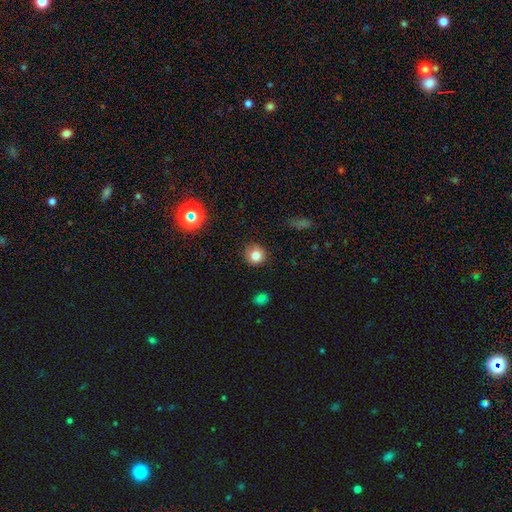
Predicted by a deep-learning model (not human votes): Smooth or featured: smooth — 81% (star or artifact — 13%)
How rounded: round — 90% (in between — 9%)
Merging: none — 84% (minor disturbance — 12%)